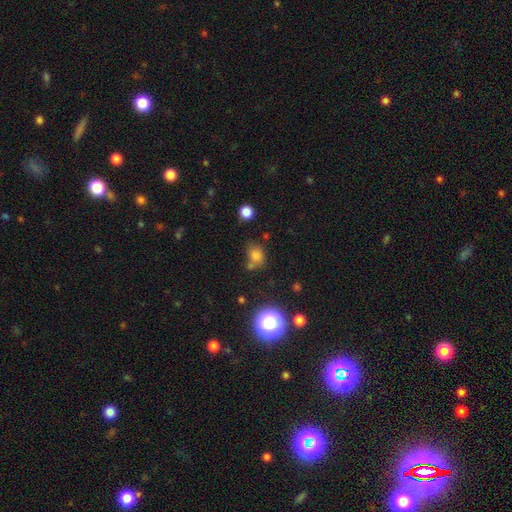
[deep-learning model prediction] Smooth or featured? smooth (73%)
How rounded? round (56%)
Merging? none (57%)